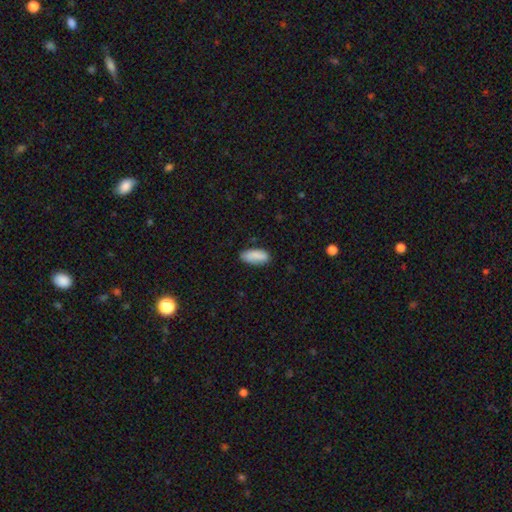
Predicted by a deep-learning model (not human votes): Smooth or featured: smooth — 87% (star or artifact — 7%)
How rounded: in between — 83% (cigar-shaped — 15%)
Merging: none — 76% (minor disturbance — 19%)